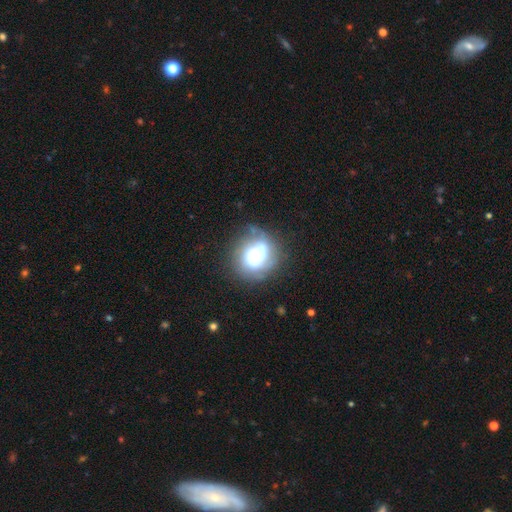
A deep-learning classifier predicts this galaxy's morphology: Q: Smooth or featured?
A: smooth (47%); runner-up: featured or disk (40%)
Q: Merging?
A: none (53%); runner-up: minor disturbance (24%)